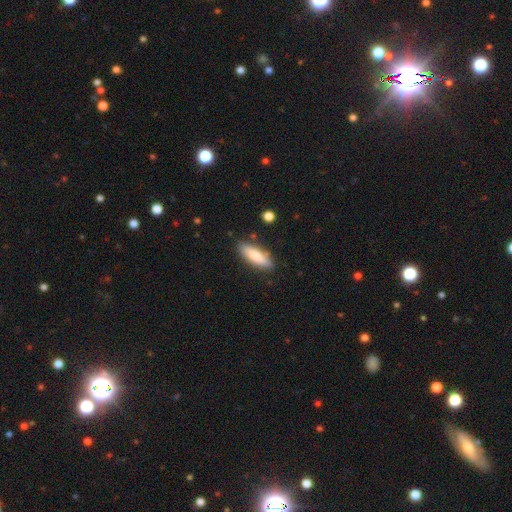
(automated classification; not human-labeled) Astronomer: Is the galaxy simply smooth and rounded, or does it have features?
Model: smooth — 81%.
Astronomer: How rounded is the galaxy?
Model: cigar-shaped — 51% (runner-up: in between, 47%).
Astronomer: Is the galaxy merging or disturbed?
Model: none — 83%.